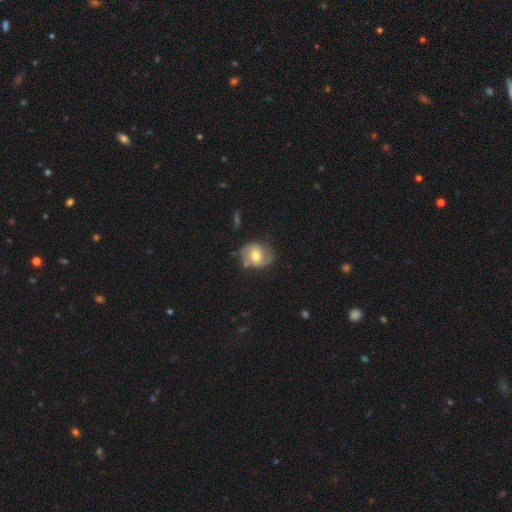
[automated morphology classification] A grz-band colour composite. It shows a smooth galaxy with no disk features (48%). Merging: none (68%).